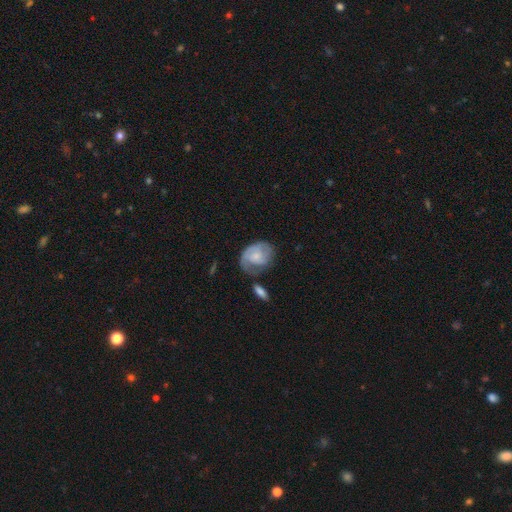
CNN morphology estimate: smooth-or-featured: featured or disk: 58% | smooth: 36% | star or artifact: 6%
  disk-edge-on: no: 97% | yes: 3%
    bar: no: 68% | weak: 28% | strong: 4%
    has-spiral-arms: yes: 85% | no: 15%
    bulge-size: small: 53% | moderate: 29% | none: 12% | large: 4% | dominant: 1%
  merging: none: 46% | minor disturbance: 27% | major disturbance: 19% | merger: 9%